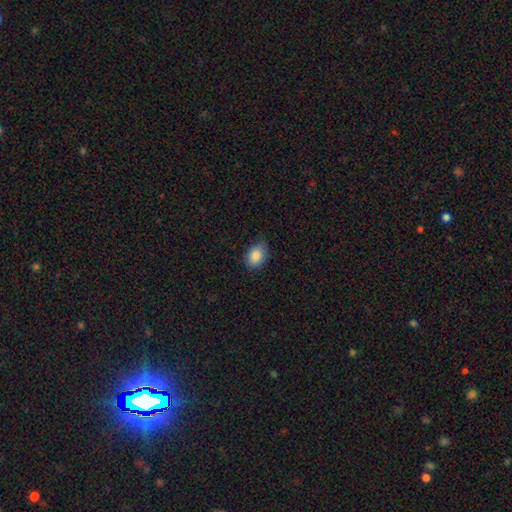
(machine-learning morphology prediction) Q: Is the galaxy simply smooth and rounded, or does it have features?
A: smooth — 87%.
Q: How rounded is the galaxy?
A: in between — 78%.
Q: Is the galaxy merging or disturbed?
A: none — 73%.